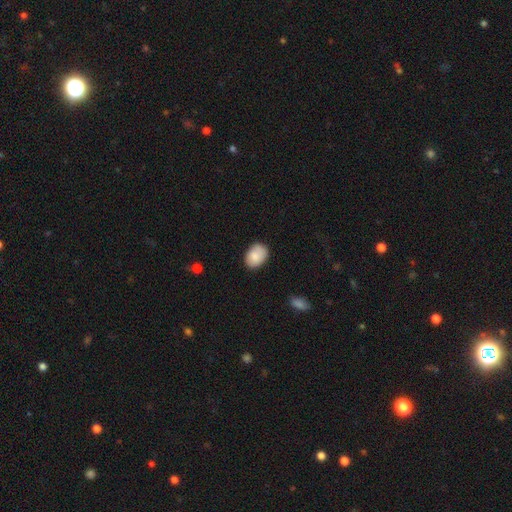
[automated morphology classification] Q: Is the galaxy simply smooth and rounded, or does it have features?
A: smooth — 85%.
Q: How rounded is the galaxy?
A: in between — 76%.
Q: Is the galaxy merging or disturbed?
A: none — 78%.